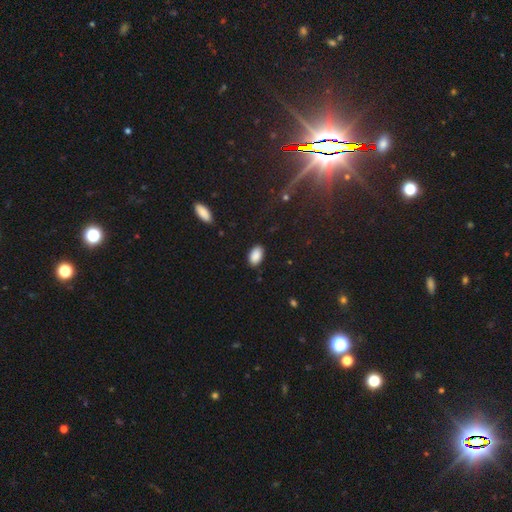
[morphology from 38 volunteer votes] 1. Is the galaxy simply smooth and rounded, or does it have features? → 92% smooth, 5% star or artifact, 3% featured or disk.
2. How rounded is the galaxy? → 97% in between, 3% cigar-shaped, 0% round.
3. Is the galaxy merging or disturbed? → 89% none, 8% minor disturbance, 3% major disturbance, 0% merger.